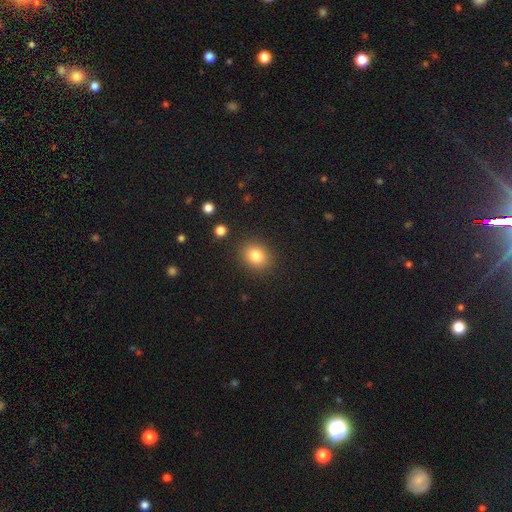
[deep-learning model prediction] Q: Smooth or featured?
A: smooth (82%); runner-up: star or artifact (11%)
Q: How rounded?
A: round (60%); runner-up: in between (39%)
Q: Merging?
A: none (88%); runner-up: minor disturbance (8%)